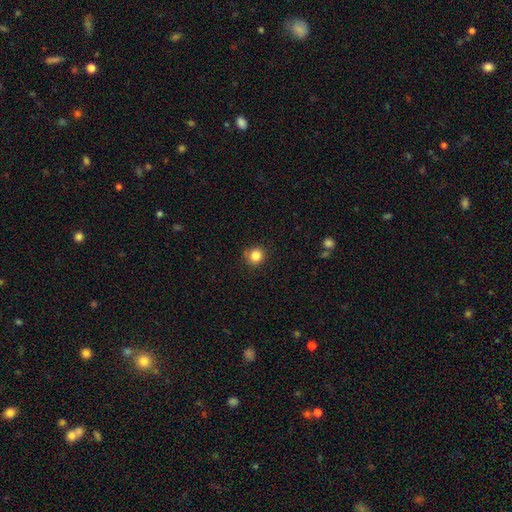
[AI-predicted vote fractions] Smooth or featured: smooth — 85% (star or artifact — 11%)
How rounded: round — 89% (in between — 10%)
Merging: none — 85% (minor disturbance — 11%)